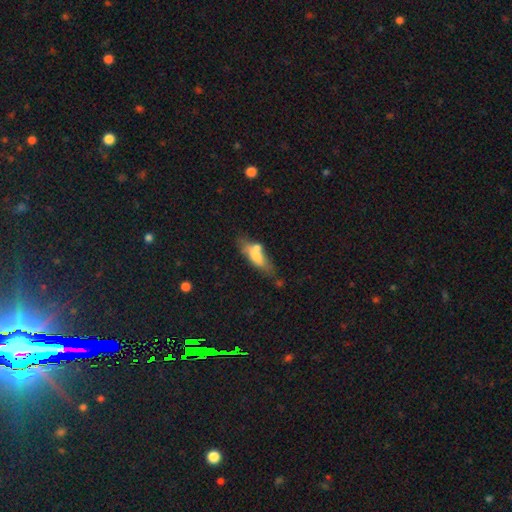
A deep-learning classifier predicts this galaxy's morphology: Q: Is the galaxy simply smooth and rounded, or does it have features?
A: smooth — 61%.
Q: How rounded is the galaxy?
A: in between — 56%.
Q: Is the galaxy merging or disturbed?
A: none — 47%.